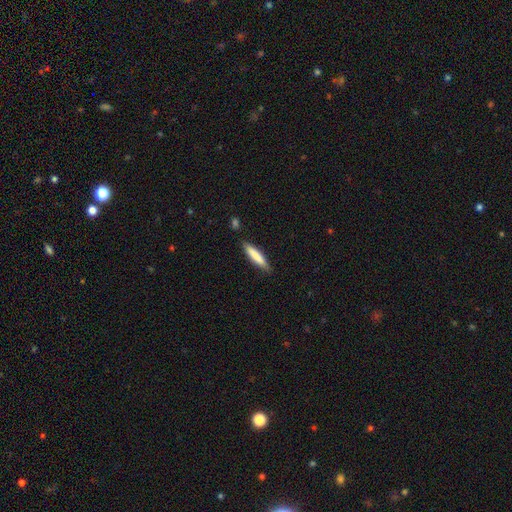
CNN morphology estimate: The model was most divided on "smooth or featured": smooth: 78%, featured or disk: 16%, star or artifact: 6%. More confident: how rounded — cigar-shaped (86%); merging — none (85%).